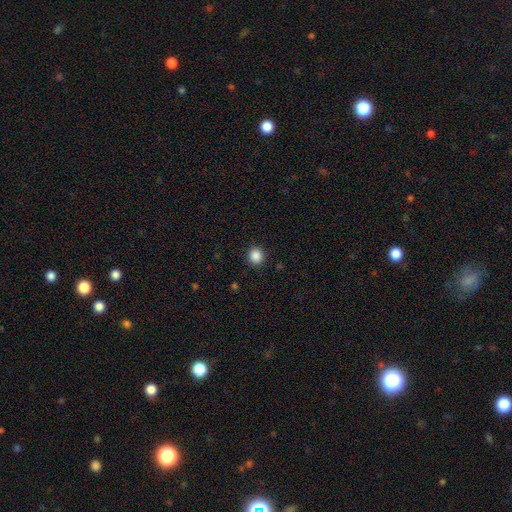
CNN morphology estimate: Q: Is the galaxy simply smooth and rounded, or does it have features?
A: smooth — 87%.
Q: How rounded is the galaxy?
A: round — 91%.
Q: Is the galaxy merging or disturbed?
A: none — 92%.